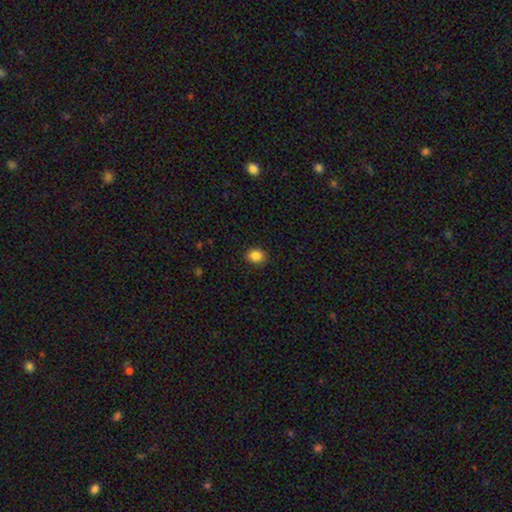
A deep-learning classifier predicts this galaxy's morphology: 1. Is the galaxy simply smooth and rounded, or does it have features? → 86% smooth, 10% star or artifact, 4% featured or disk.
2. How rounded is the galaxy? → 52% round, 47% in between, 1% cigar-shaped.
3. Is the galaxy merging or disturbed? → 89% none, 8% minor disturbance, 2% major disturbance, 1% merger.